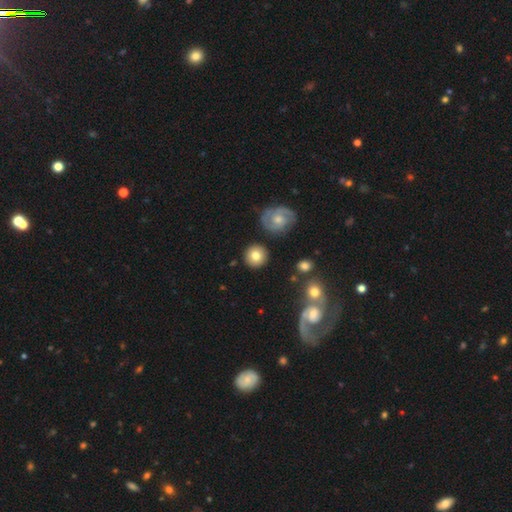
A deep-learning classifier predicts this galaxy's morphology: smooth_or_featured: smooth (p=0.78) [alt: featured or disk p=0.14]
how_rounded: round (p=0.93) [alt: in between p=0.06]
merging: none (p=0.88) [alt: minor disturbance p=0.07]